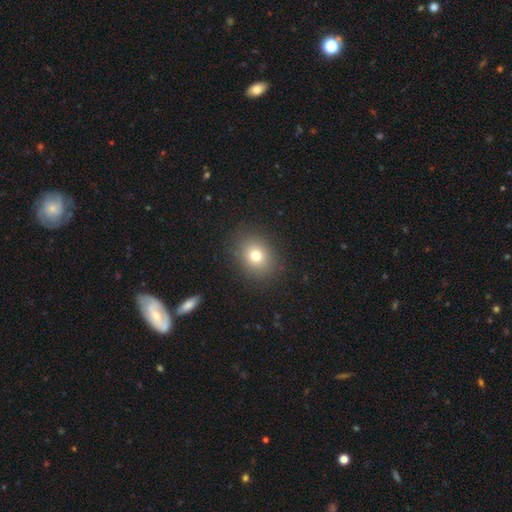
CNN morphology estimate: Q: Smooth or featured?
A: smooth (76%); runner-up: star or artifact (13%)
Q: How rounded?
A: round (58%); runner-up: in between (41%)
Q: Merging?
A: none (87%); runner-up: minor disturbance (8%)